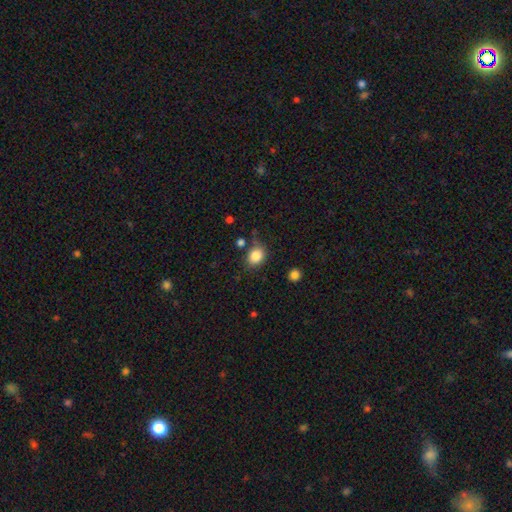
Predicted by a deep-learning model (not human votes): Smooth or featured? smooth (84%)
How rounded? round (61%)
Merging? none (72%)